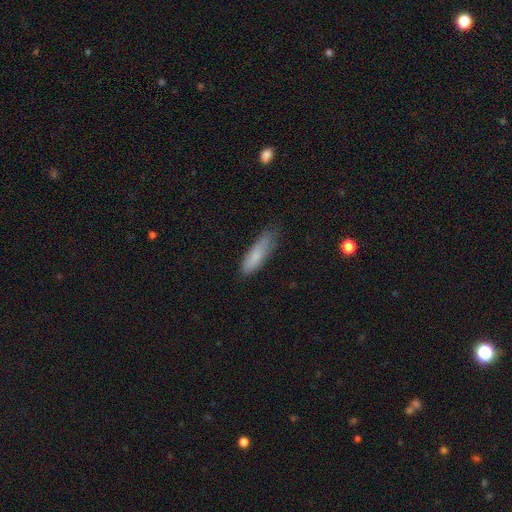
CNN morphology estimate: smooth-or-featured: smooth: 81% | featured or disk: 13% | star or artifact: 7%
  how-rounded: cigar-shaped: 59% | in between: 39% | round: 2%
  merging: none: 61% | minor disturbance: 30% | major disturbance: 7% | merger: 2%